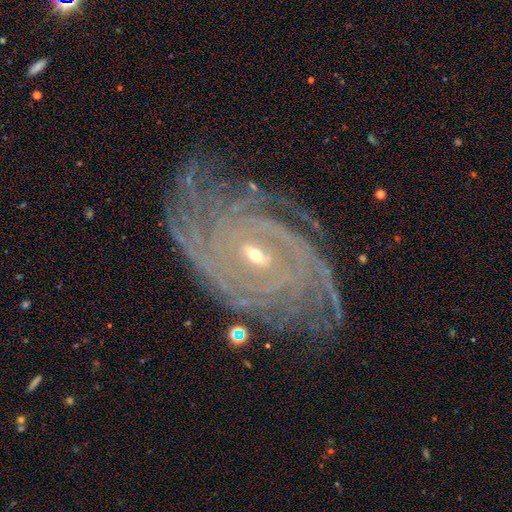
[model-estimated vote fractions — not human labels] The model was most divided on "spiral arm count" (2-way tie): 4: 21%, more than 4: 21%, can't tell: 19%, 3: 15%, 2: 14%, 1: 9%. Remaining: spiral arms — yes (98%); edge-on disk — no (97%); smooth or featured — featured or disk (91%); spiral winding — tight (80%); merging — none (71%); bulge size — small (71%); bar — weak (43%).